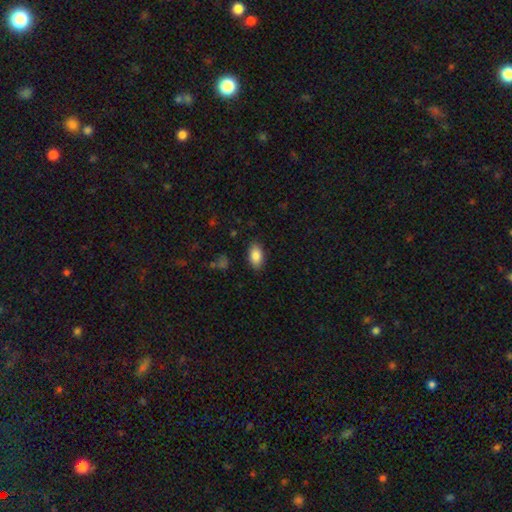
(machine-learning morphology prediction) This is clearly a smooth galaxy (86%). How rounded: clearly in between (92%). Merging: clearly none (86%).